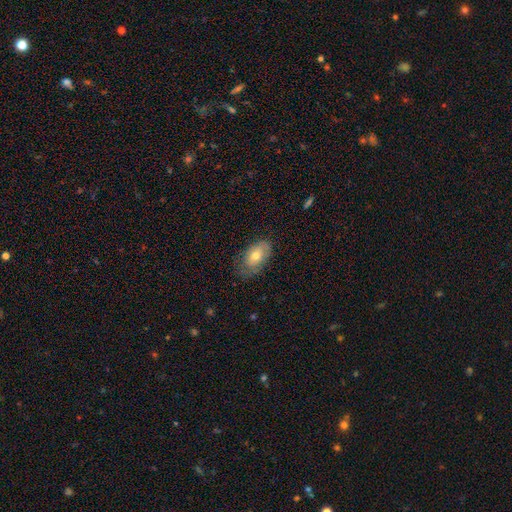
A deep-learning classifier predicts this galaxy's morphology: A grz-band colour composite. It shows a smooth galaxy with no disk features (65%) that is in between round and cigar-shaped (91%). Merging: none (64%).